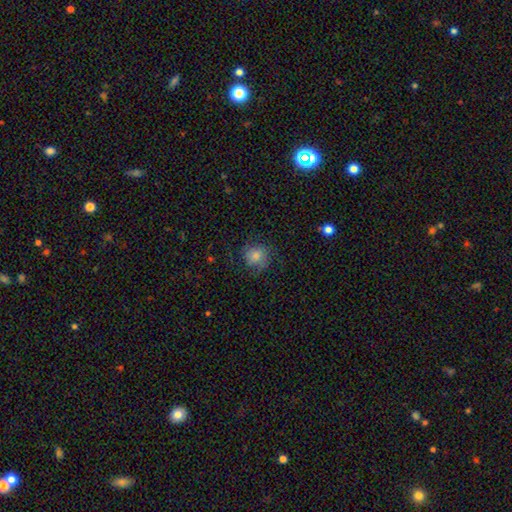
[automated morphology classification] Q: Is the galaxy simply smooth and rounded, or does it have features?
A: smooth — 61%.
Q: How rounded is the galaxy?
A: round — 84%.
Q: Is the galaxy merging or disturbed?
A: none — 71%.